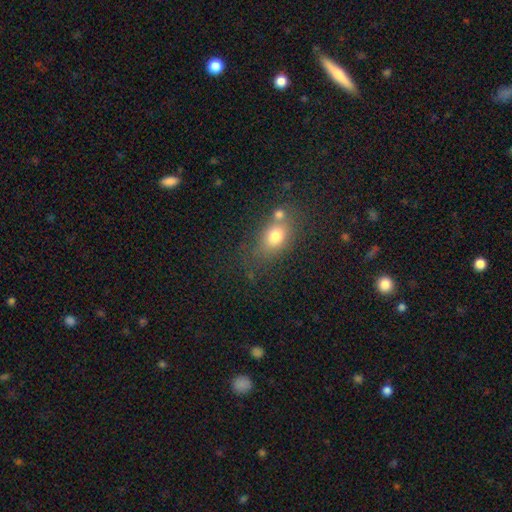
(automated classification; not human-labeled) Q: Smooth or featured?
A: smooth (60%); runner-up: star or artifact (28%)
Q: How rounded?
A: in between (52%); runner-up: round (43%)
Q: Merging?
A: none (67%); runner-up: minor disturbance (15%)